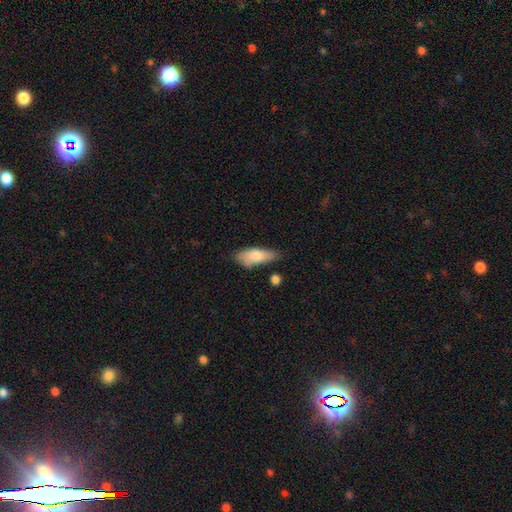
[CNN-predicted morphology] smooth 76%, featured or disk 17%, star or artifact 6%. Down the decision tree: how rounded — in between (75%); merging — none (55%).